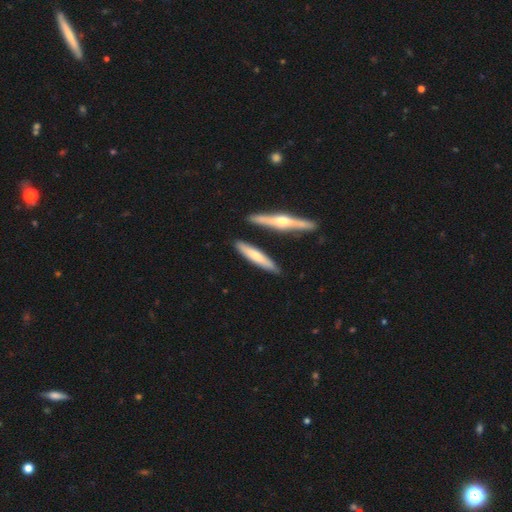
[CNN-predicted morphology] smooth 59%, featured or disk 36%, star or artifact 5%. Down the decision tree: how rounded — cigar-shaped (86%); merging — none (80%).